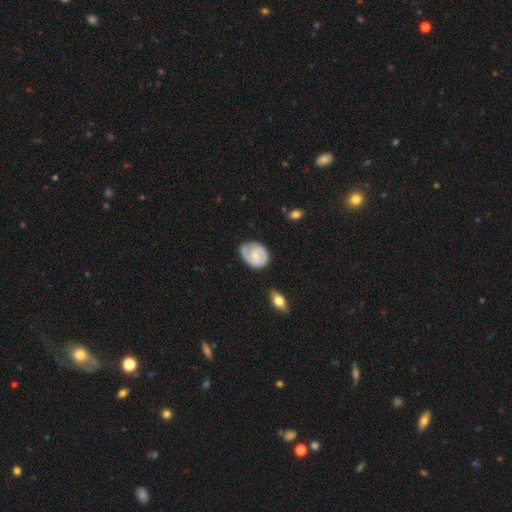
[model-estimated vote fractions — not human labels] A featured or disk galaxy (58%) with no bar (61%), spiral arms (82%) and a small central bulge (52%).

Vote fractions:
- Smooth or featured? featured or disk: 58% / smooth: 37% / star or artifact: 6%
- Edge-on disk? no: 97% / yes: 3%
- Bar? no: 61% / weak: 34% / strong: 5%
- Spiral arms? yes: 82% / no: 18%
- Bulge size? small: 52% / moderate: 37% / none: 8% / large: 2% / dominant: 1%
- Merging? none: 66% / minor disturbance: 26% / major disturbance: 7% / merger: 2%